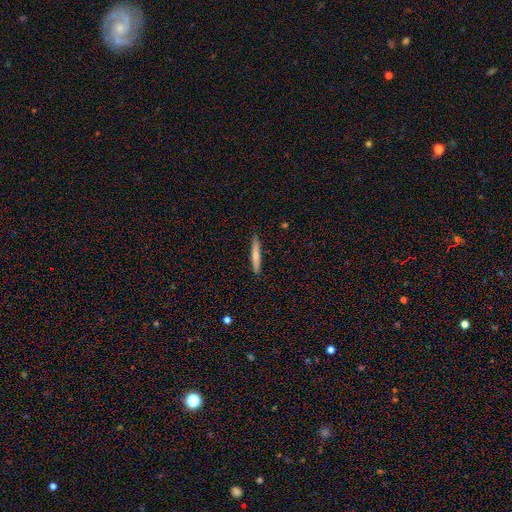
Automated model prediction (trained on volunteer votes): Q: Smooth or featured?
A: smooth (62%); runner-up: featured or disk (32%)
Q: How rounded?
A: cigar-shaped (93%); runner-up: in between (5%)
Q: Merging?
A: none (90%); runner-up: minor disturbance (8%)